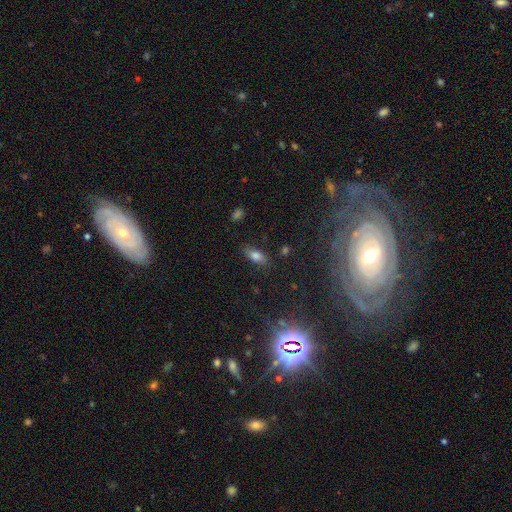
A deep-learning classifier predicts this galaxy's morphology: smooth 77%, featured or disk 13%, star or artifact 11%. Down the decision tree: how rounded — in between (82%); merging — none (82%).